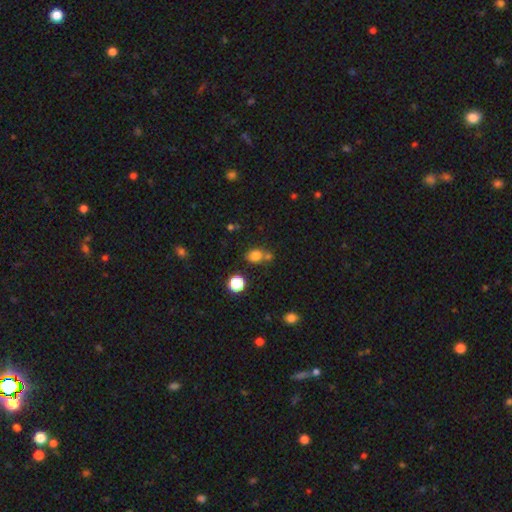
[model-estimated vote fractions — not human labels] This appears to be a smooth galaxy with no disk features (78%) that is round (57%). Merging: none (58%).